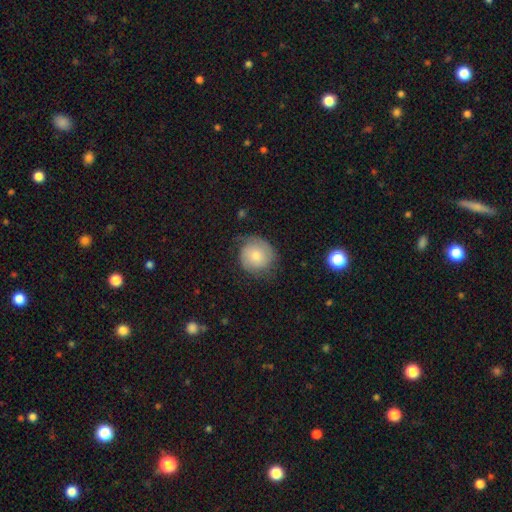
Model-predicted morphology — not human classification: Q: Smooth or featured?
A: smooth (58%); runner-up: featured or disk (35%)
Q: How rounded?
A: round (88%); runner-up: in between (11%)
Q: Merging?
A: none (61%); runner-up: minor disturbance (26%)